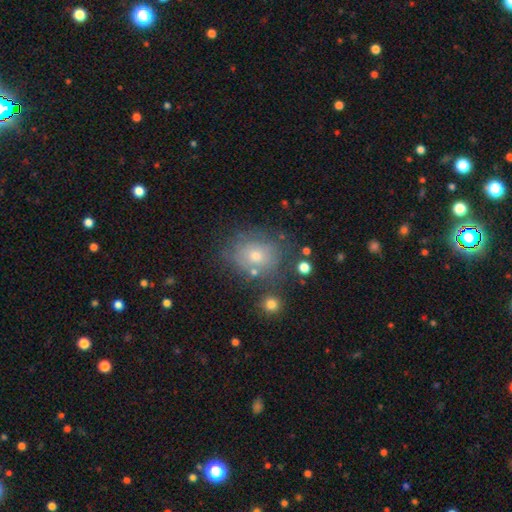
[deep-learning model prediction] Q: Smooth or featured?
A: smooth (56%); runner-up: featured or disk (29%)
Q: How rounded?
A: round (62%); runner-up: in between (37%)
Q: Merging?
A: none (66%); runner-up: minor disturbance (19%)